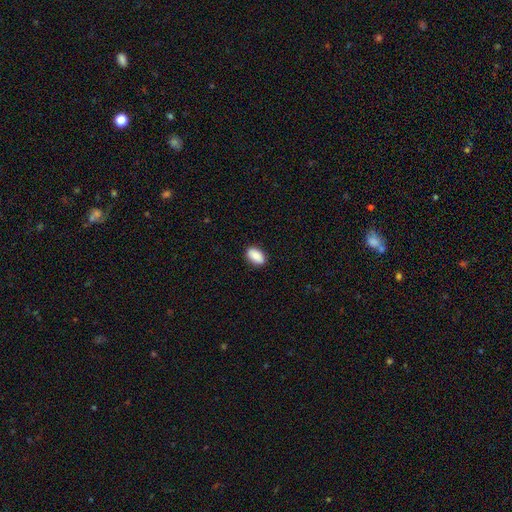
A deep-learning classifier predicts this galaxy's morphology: Q: Smooth or featured?
A: smooth (85%); runner-up: featured or disk (8%)
Q: How rounded?
A: in between (90%); runner-up: round (7%)
Q: Merging?
A: none (88%); runner-up: minor disturbance (9%)